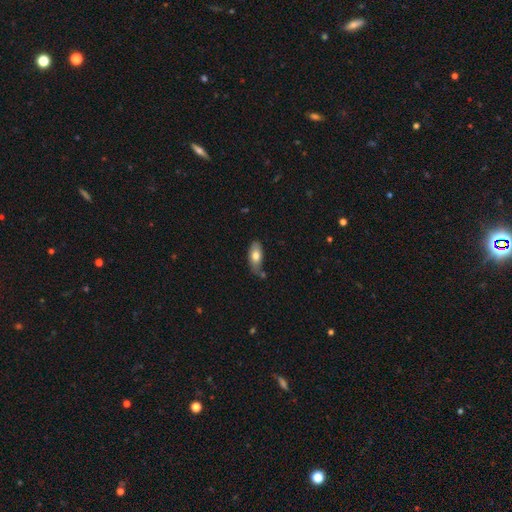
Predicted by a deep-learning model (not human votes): Smooth or featured? smooth (74%)
How rounded? in between (87%)
Merging? none (54%)